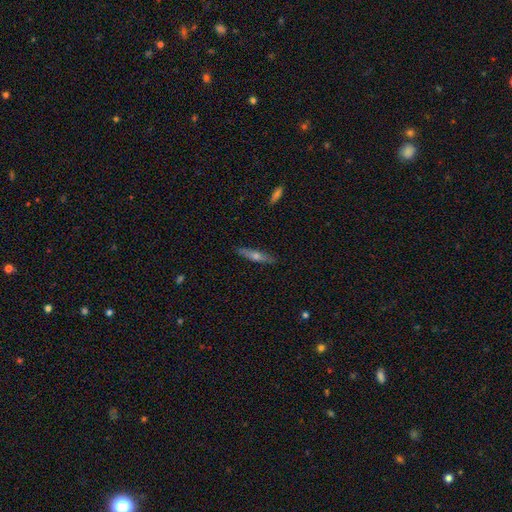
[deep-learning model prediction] Q: Smooth or featured?
A: featured or disk (54%); runner-up: smooth (39%)
Q: Edge-on disk?
A: yes (93%); runner-up: no (7%)
Q: Merging?
A: none (89%); runner-up: minor disturbance (9%)